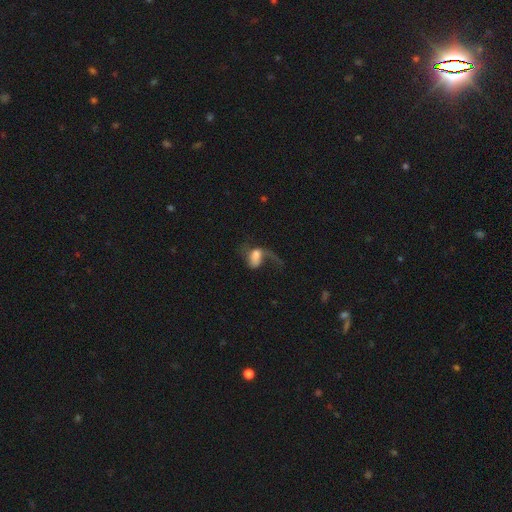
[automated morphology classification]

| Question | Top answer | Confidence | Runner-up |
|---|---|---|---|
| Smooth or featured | featured or disk | 46% | smooth (44%) |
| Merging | major disturbance | 59% | none (22%) |